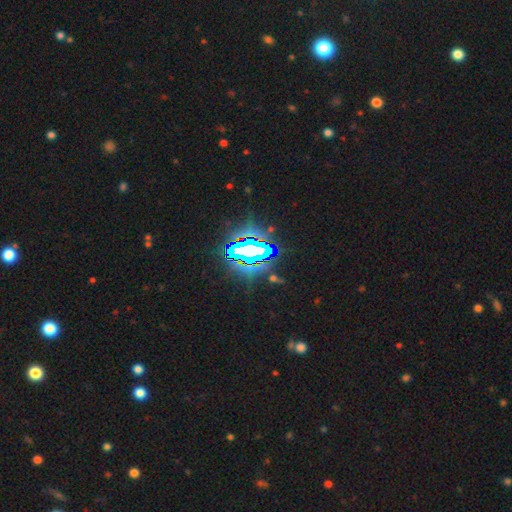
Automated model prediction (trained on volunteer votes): Morphology: type=star or artifact (81%).